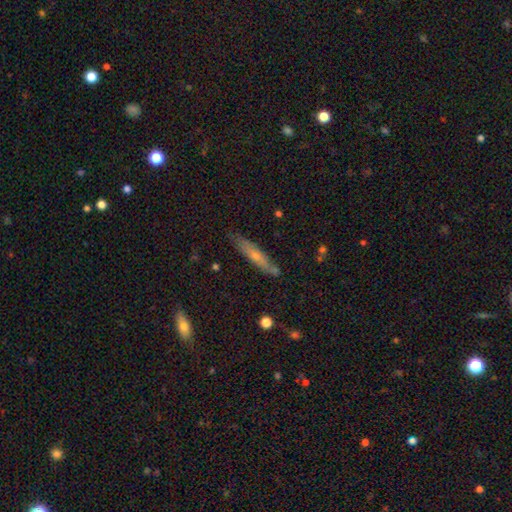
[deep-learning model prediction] This is possibly a featured or disk galaxy (48%). Merging: clearly none (81%).